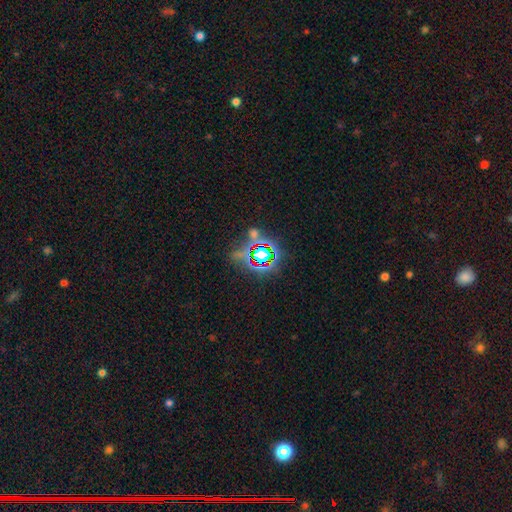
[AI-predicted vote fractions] Smooth or featured: star or artifact — 72% (smooth — 16%)